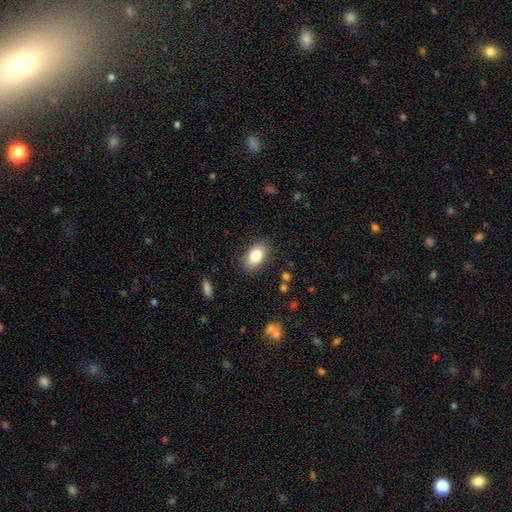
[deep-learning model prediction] A smooth galaxy with no disk features (83%) that is in between round and cigar-shaped (90%). Merging: none (85%).